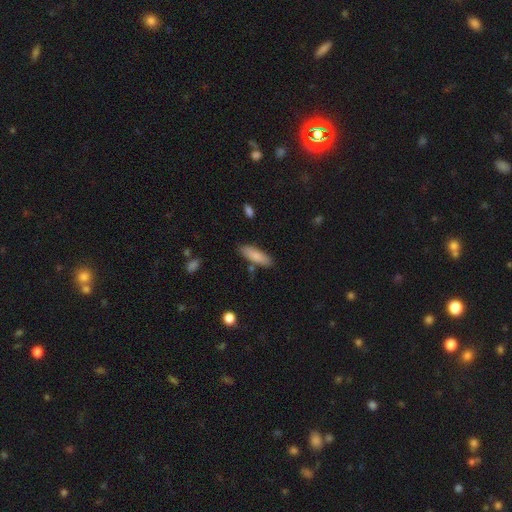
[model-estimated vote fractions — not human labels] A smooth galaxy with no disk features (82%) that is cigar-shaped (49%, tied with in between).

Vote fractions:
- Smooth or featured? smooth: 82% / featured or disk: 12% / star or artifact: 6%
- How rounded? cigar-shaped: 49% (tied) / in between: 49% (tied) / round: 2%
- Merging? none: 83% / minor disturbance: 11% / merger: 4% / major disturbance: 2%